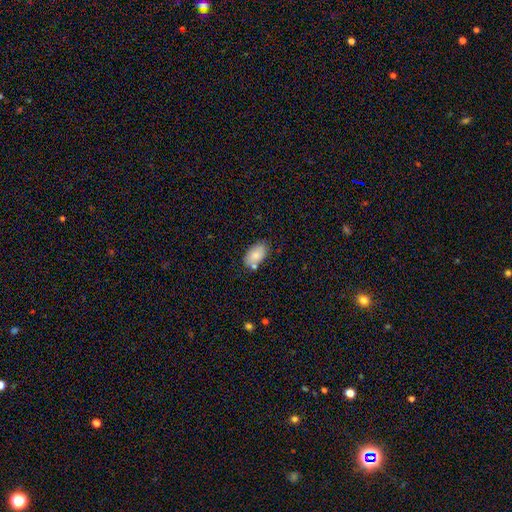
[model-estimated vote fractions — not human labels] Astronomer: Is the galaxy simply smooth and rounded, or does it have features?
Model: smooth — 80%.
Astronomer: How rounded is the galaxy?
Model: in between — 93%.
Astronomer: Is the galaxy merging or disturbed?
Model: none — 72%.